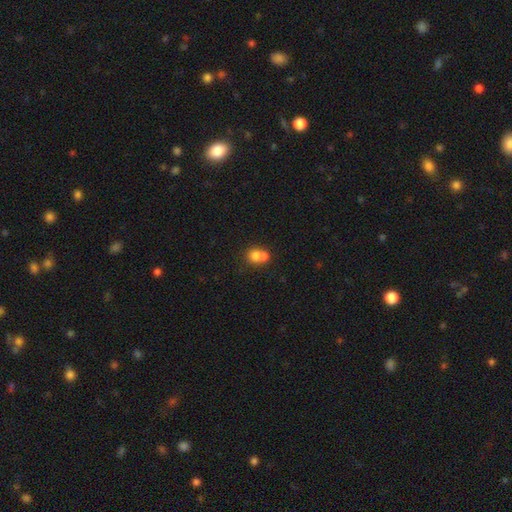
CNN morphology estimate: This is likely a smooth galaxy (74%). How rounded: likely round (80%). Merging: likely merger (60%).